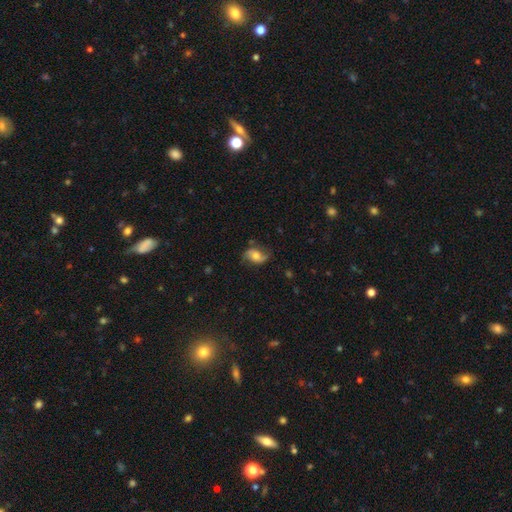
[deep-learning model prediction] This is possibly a featured or disk galaxy (53%). It is clearly not viewed edge-on (94%). Merging: likely none (68%).